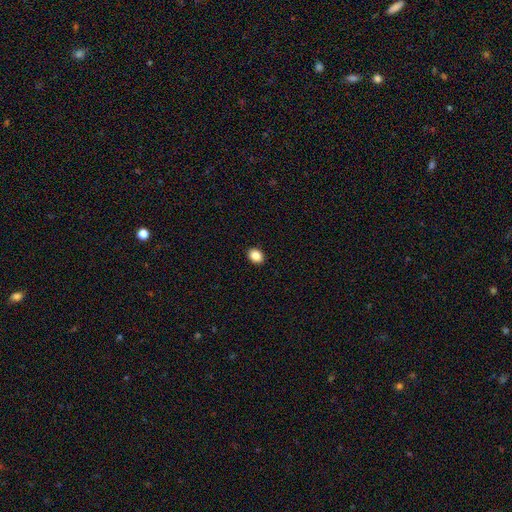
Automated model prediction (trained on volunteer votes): The model was most divided on "how rounded": in between: 54%, round: 45%, cigar-shaped: 1%. More confident: merging — none (92%); smooth or featured — smooth (87%).